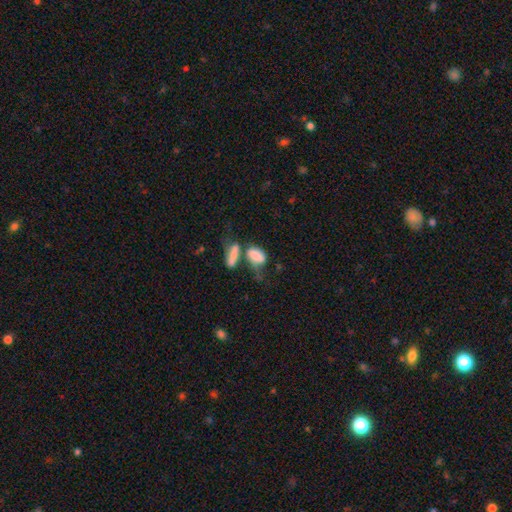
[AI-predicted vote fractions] Morphology: type=smooth (78%); roundness=in between (87%); merging=merger (49%).